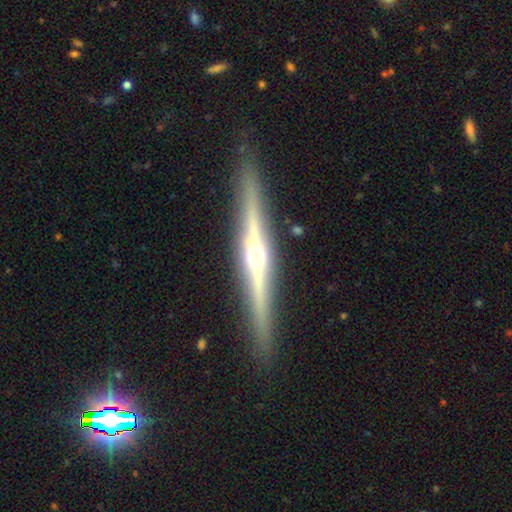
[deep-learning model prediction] This appears to be a featured or disk galaxy (83%) viewed edge-on (98%) with a rounded central bulge (90%). Merging: none (91%).